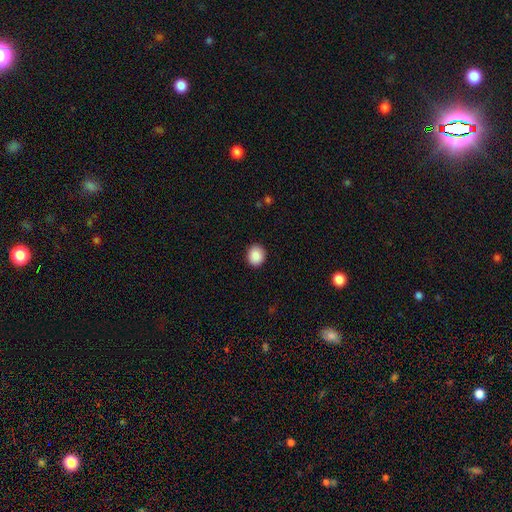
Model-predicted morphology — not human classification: This is clearly a smooth galaxy (89%). How rounded: likely round (75%). Merging: clearly none (91%).